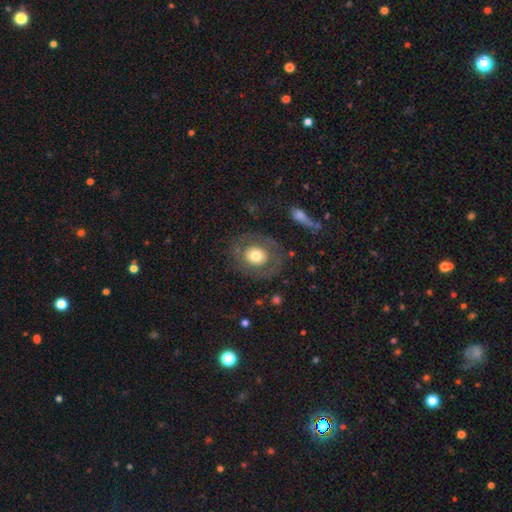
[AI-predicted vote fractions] Overall: smooth (54%; featured or disk 38%). How rounded: round (63%; in between 36%). Merging: none (76%).